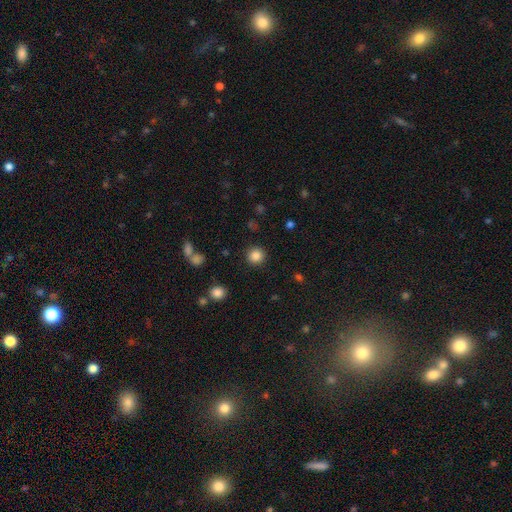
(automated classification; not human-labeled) smooth_or_featured: smooth (p=0.85) [alt: star or artifact p=0.11]
how_rounded: round (p=0.93) [alt: in between p=0.06]
merging: none (p=0.90) [alt: minor disturbance p=0.06]